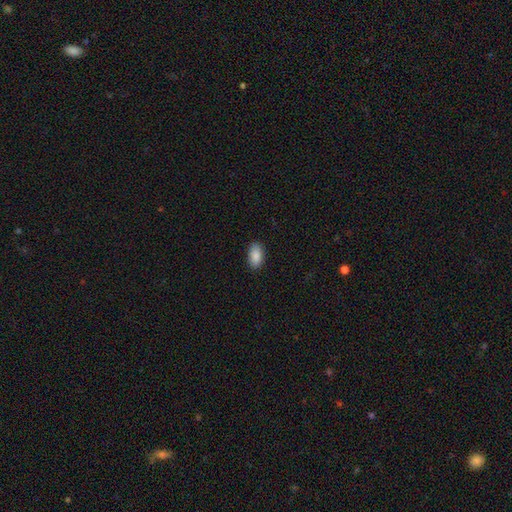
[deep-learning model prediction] Smooth or featured: smooth — 89% (star or artifact — 7%)
How rounded: in between — 94% (round — 4%)
Merging: none — 88% (minor disturbance — 9%)